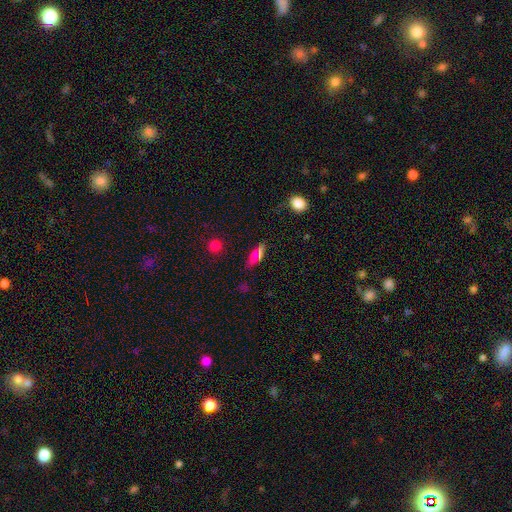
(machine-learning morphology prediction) Smooth or featured? smooth (62%)
How rounded? cigar-shaped (46%)
Merging? none (81%)